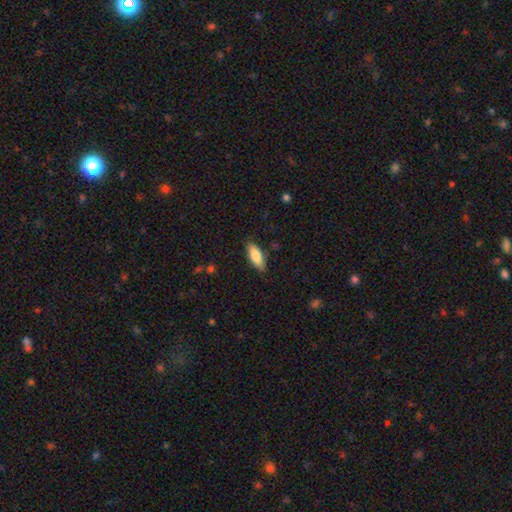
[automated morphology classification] Smooth or featured?
  - smooth: 80% *
  - featured or disk: 14%
  - star or artifact: 6%
How rounded?
  - in between: 74% *
  - cigar-shaped: 24%
  - round: 2%
Merging?
  - none: 85% *
  - minor disturbance: 12%
  - major disturbance: 2%
  - merger: 1%